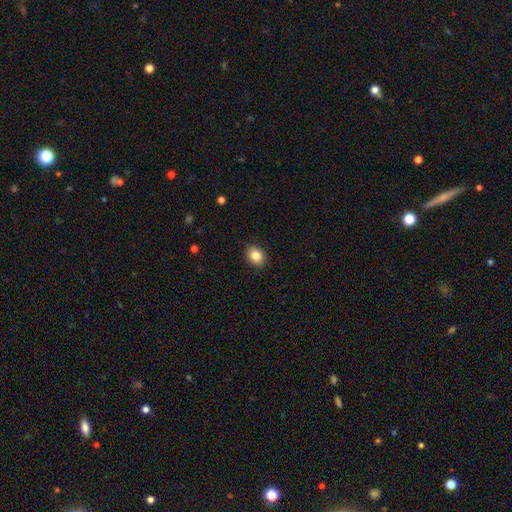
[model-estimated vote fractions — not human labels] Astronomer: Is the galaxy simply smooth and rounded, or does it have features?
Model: smooth — 85%.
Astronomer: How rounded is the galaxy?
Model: in between — 61% (runner-up: round, 38%).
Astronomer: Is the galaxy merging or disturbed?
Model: none — 89%.